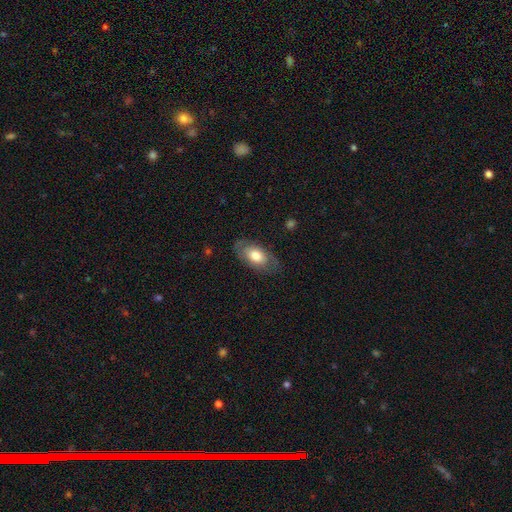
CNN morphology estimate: A smooth galaxy with no disk features (59%) that is in between round and cigar-shaped (92%).

Vote fractions:
- Smooth or featured? smooth: 59% / featured or disk: 35% / star or artifact: 6%
- How rounded? in between: 92% / round: 5% / cigar-shaped: 3%
- Merging? none: 76% / minor disturbance: 17% / major disturbance: 6% / merger: 1%